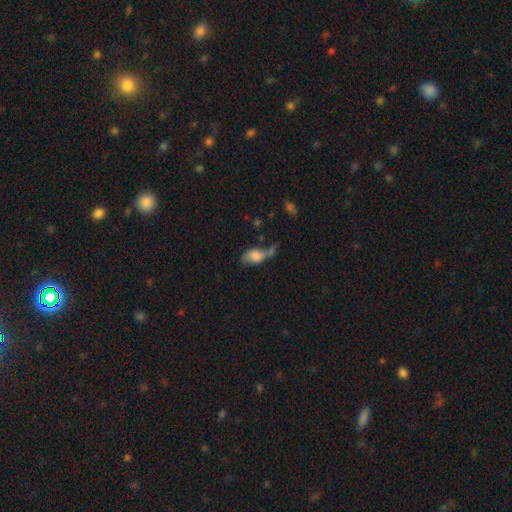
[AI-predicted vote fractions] Smooth or featured? smooth (66%)
How rounded? in between (85%)
Merging? none (27%)